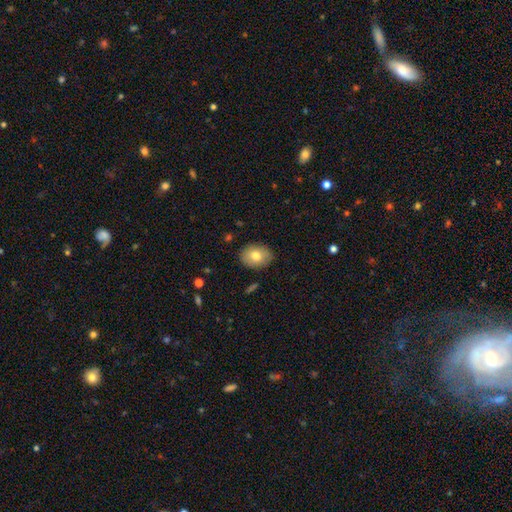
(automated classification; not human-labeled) Smooth or featured: smooth — 77% (featured or disk — 16%)
How rounded: in between — 74% (round — 25%)
Merging: none — 87% (minor disturbance — 10%)